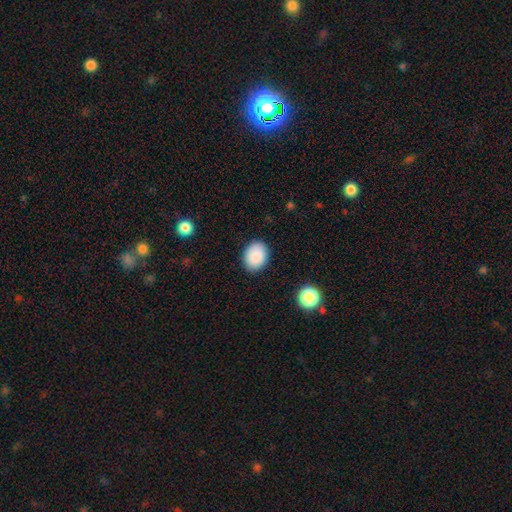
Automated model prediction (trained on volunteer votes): smooth 89%, star or artifact 8%, featured or disk 4%. Down the decision tree: how rounded — in between (61%); merging — none (88%).